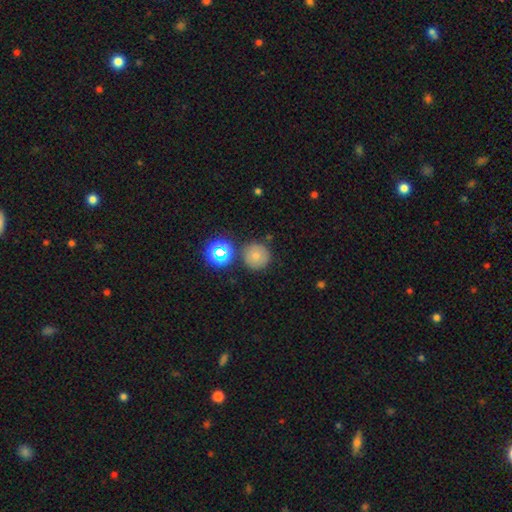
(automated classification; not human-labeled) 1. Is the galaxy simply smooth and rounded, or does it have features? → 70% smooth, 18% star or artifact, 12% featured or disk.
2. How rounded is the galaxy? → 95% round, 5% in between, 1% cigar-shaped.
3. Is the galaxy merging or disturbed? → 79% none, 10% minor disturbance, 8% merger, 3% major disturbance.